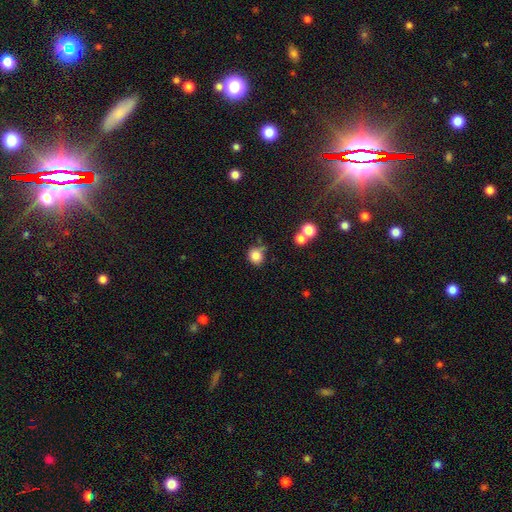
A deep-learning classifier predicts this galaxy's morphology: Smooth or featured? Predicted: smooth (p=0.83). How rounded? Predicted: round (p=0.79). Merging? Predicted: none (p=0.64).